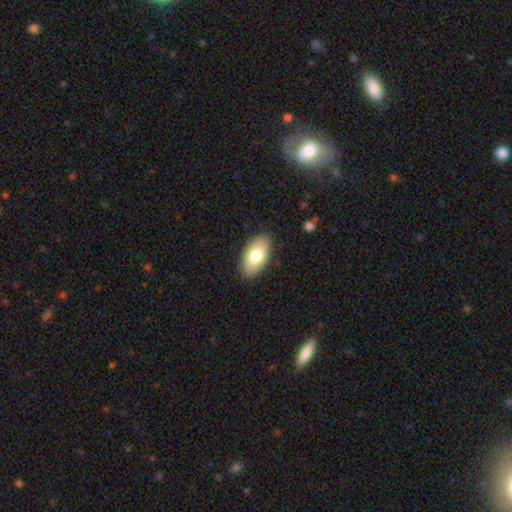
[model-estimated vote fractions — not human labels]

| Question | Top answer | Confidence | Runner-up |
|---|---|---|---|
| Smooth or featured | smooth | 76% | featured or disk (18%) |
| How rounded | in between | 94% | round (3%) |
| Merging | none | 88% | minor disturbance (9%) |